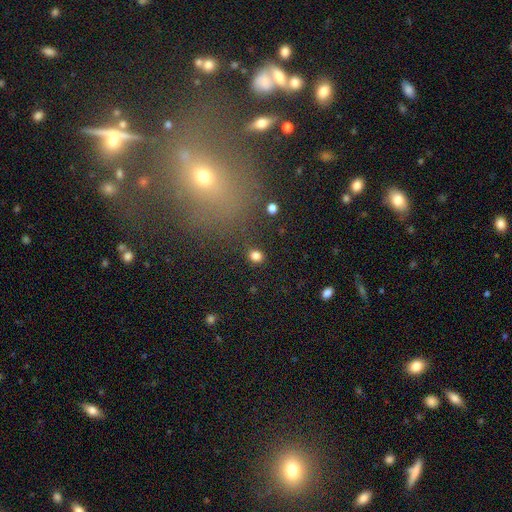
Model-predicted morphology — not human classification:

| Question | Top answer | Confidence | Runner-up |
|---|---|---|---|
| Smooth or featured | smooth | 82% | star or artifact (13%) |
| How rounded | round | 80% | in between (19%) |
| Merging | none | 89% | minor disturbance (6%) |